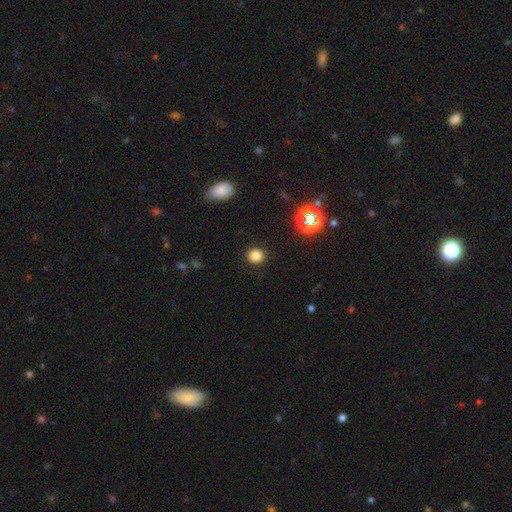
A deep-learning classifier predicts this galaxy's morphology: A smooth galaxy with no disk features (81%) that is round (88%).

Vote fractions:
- Smooth or featured? smooth: 81% / star or artifact: 15% / featured or disk: 4%
- How rounded? round: 88% / in between: 11% / cigar-shaped: 1%
- Merging? none: 91% / minor disturbance: 6% / major disturbance: 2% / merger: 1%